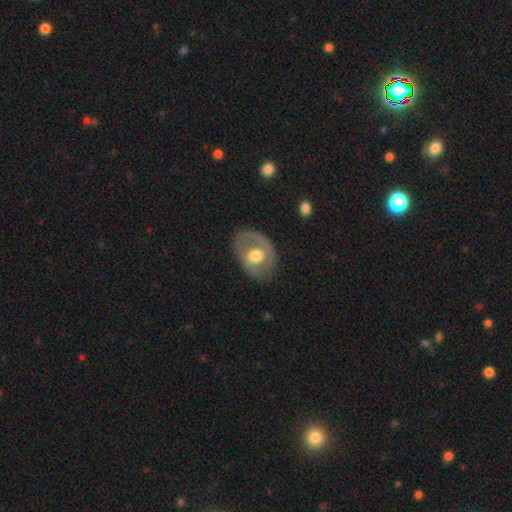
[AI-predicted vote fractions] Smooth or featured?
  - featured or disk: 56% *
  - smooth: 39%
  - star or artifact: 6%
Edge-on disk?
  - no: 94% *
  - yes: 6%
Bar?
  - no: 68% *
  - weak: 25%
  - strong: 7%
Spiral arms?
  - no: 60% *
  - yes: 40%
Bulge size?
  - moderate: 62% *
  - large: 29%
  - small: 6%
  - dominant: 2%
  - none: 1%
Merging?
  - none: 69% *
  - minor disturbance: 20%
  - major disturbance: 10%
  - merger: 2%